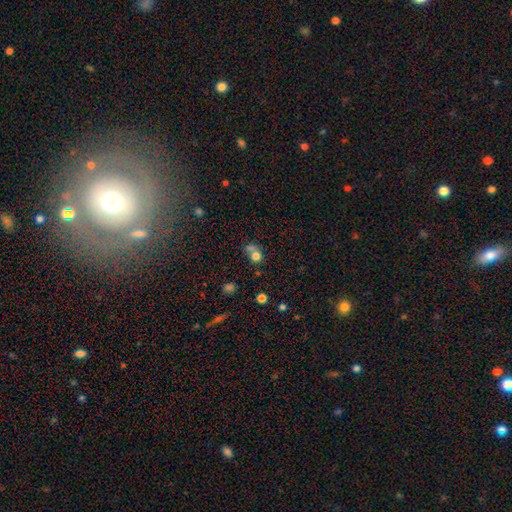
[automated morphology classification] A smooth galaxy with no disk features (73%) that is round (76%).

Vote fractions:
- Smooth or featured? smooth: 73% / star or artifact: 15% / featured or disk: 12%
- How rounded? round: 76% / in between: 22% / cigar-shaped: 1%
- Merging? merger: 43% / none: 37% / minor disturbance: 12% / major disturbance: 8%